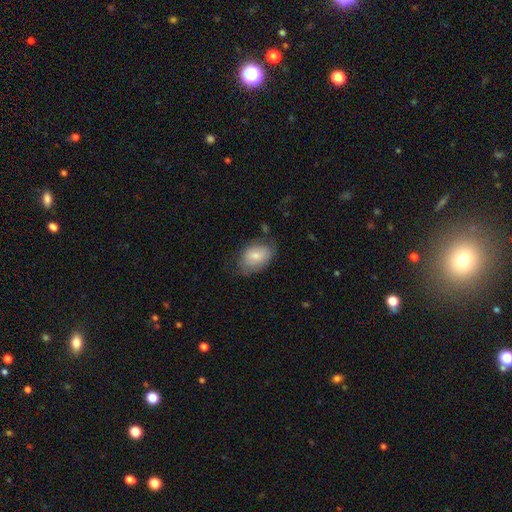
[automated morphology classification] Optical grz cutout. It shows a smooth galaxy with no disk features (74%) that is in between round and cigar-shaped (86%). Merging: none (57%).